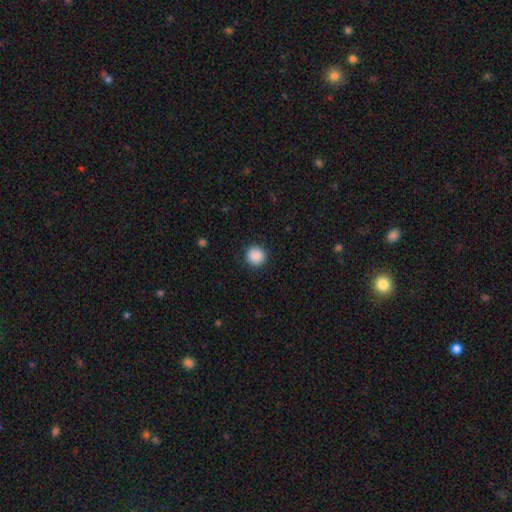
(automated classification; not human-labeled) A smooth galaxy with no disk features (89%) that is round (93%).

Vote fractions:
- Smooth or featured? smooth: 89% / star or artifact: 8% / featured or disk: 2%
- How rounded? round: 93% / in between: 6% / cigar-shaped: 1%
- Merging? none: 92% / minor disturbance: 5% / major disturbance: 2% / merger: 1%